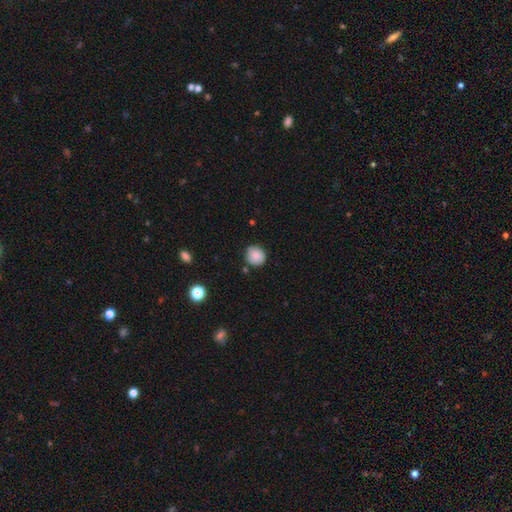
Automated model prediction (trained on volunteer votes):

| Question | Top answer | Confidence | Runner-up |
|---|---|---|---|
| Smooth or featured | smooth | 85% | star or artifact (9%) |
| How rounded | round | 89% | in between (10%) |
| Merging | none | 84% | minor disturbance (11%) |